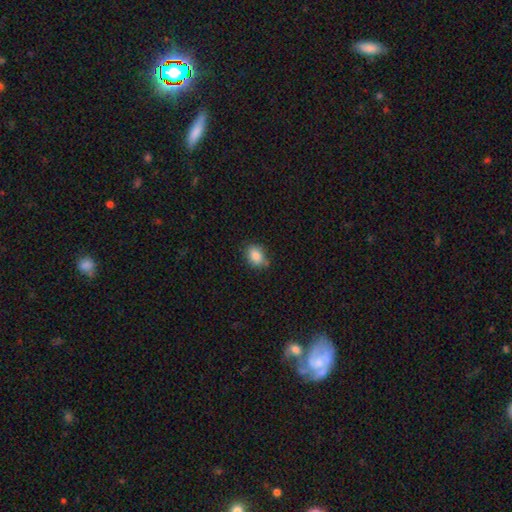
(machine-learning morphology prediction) Smooth or featured: smooth — 85% (star or artifact — 9%)
How rounded: in between — 65% (round — 34%)
Merging: none — 72% (minor disturbance — 22%)